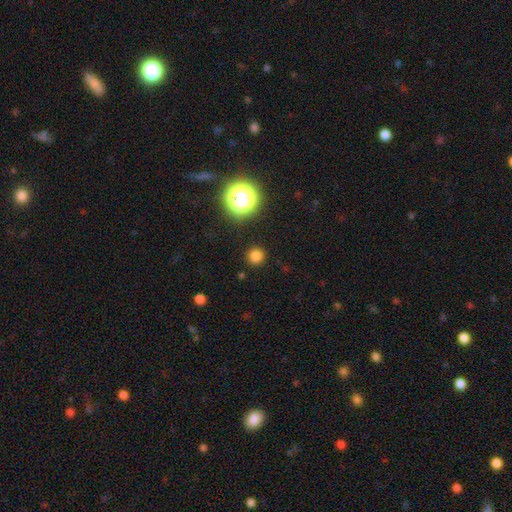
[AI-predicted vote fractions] A smooth galaxy with no disk features (78%) that is round (94%).

Vote fractions:
- Smooth or featured? smooth: 78% / star or artifact: 17% / featured or disk: 5%
- How rounded? round: 94% / in between: 5% / cigar-shaped: 1%
- Merging? none: 90% / minor disturbance: 6% / major disturbance: 3% / merger: 2%